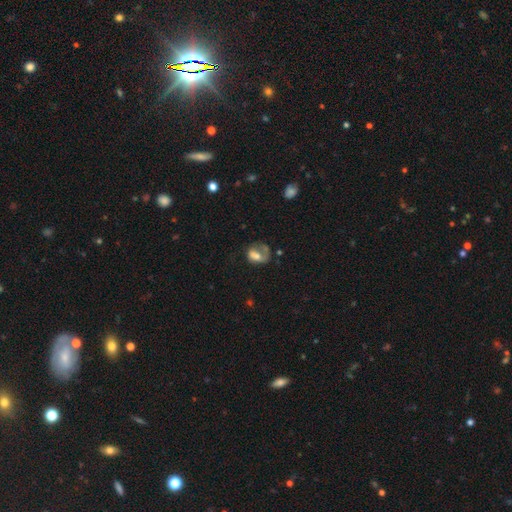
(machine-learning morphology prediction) smooth-or-featured: smooth: 49% | featured or disk: 41% | star or artifact: 10%
  merging: major disturbance: 42% | none: 31% | minor disturbance: 21% | merger: 6%